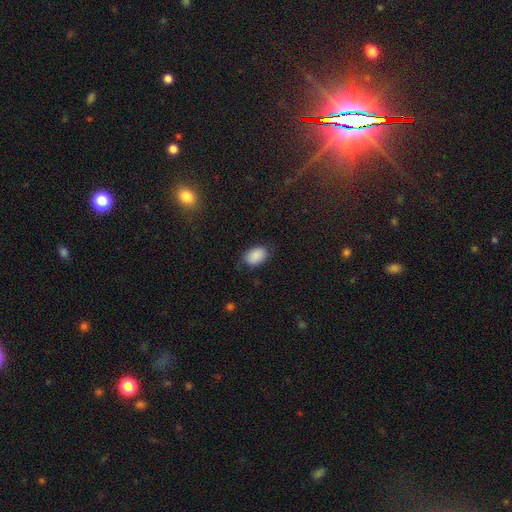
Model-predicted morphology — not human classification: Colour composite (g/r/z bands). It shows a smooth galaxy with no disk features (89%) that is in between round and cigar-shaped (89%). Merging: none (81%).